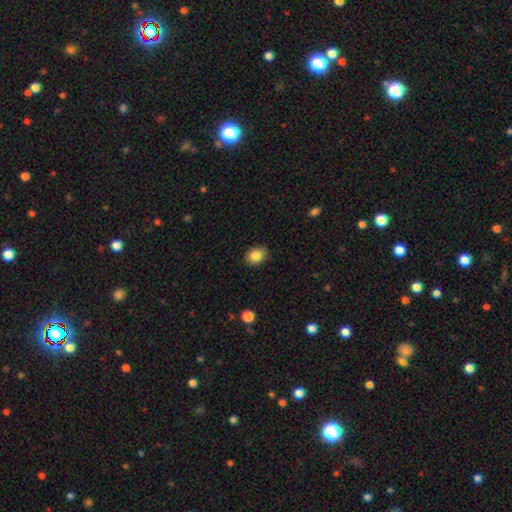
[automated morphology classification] smooth-or-featured: smooth: 85% | star or artifact: 9% | featured or disk: 6%
  how-rounded: in between: 54% | round: 45% | cigar-shaped: 1%
  merging: none: 87% | minor disturbance: 10% | major disturbance: 2% | merger: 1%